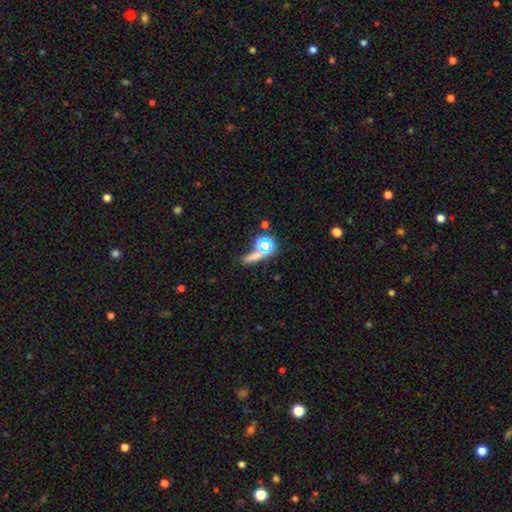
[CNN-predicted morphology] type=smooth (50%); merging=none (57%).